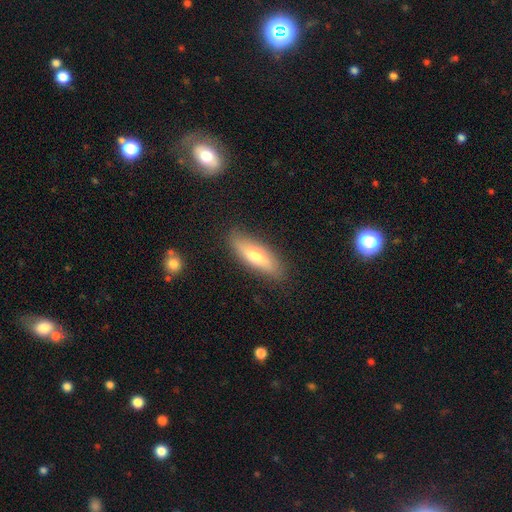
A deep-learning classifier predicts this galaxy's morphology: Smooth or featured: smooth — 62% (featured or disk — 31%)
How rounded: cigar-shaped — 49% (tied with in between — 49%)
Merging: none — 84% (minor disturbance — 12%)